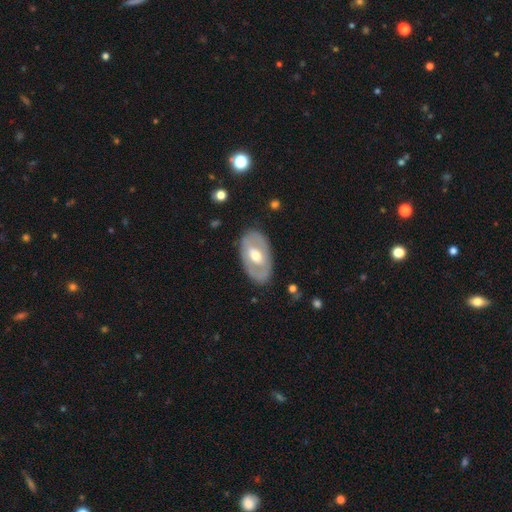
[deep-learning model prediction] A featured or disk galaxy (61%) with no bar (45%), no spiral arms (70%) and a moderate central bulge (71%). Merging: none (81%).